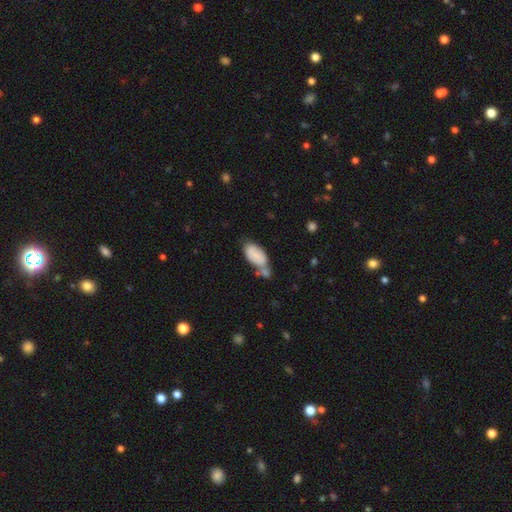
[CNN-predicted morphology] This appears to be a smooth galaxy with no disk features (76%) that is in between round and cigar-shaped (94%). Merging: none (37%, tied with merger).